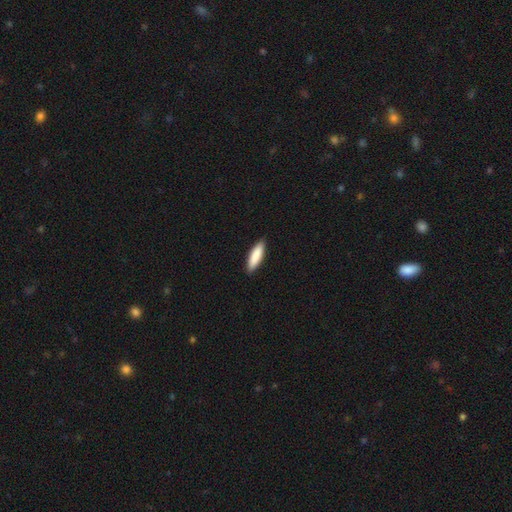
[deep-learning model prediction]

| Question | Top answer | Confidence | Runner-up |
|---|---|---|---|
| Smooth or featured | smooth | 86% | featured or disk (9%) |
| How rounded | cigar-shaped | 62% | in between (37%) |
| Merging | none | 90% | minor disturbance (8%) |